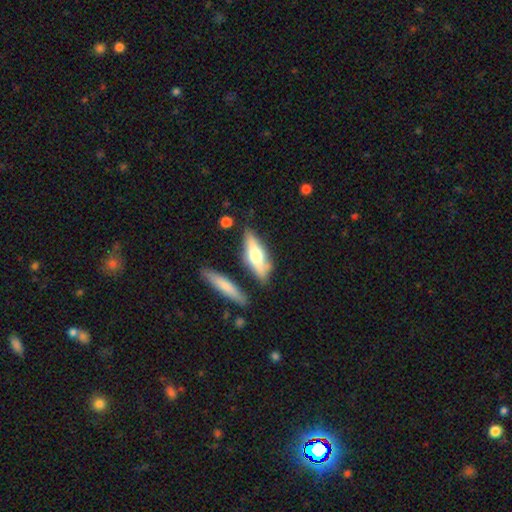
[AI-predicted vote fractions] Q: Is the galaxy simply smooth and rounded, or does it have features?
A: smooth — 49%.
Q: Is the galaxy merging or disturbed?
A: none — 71%.